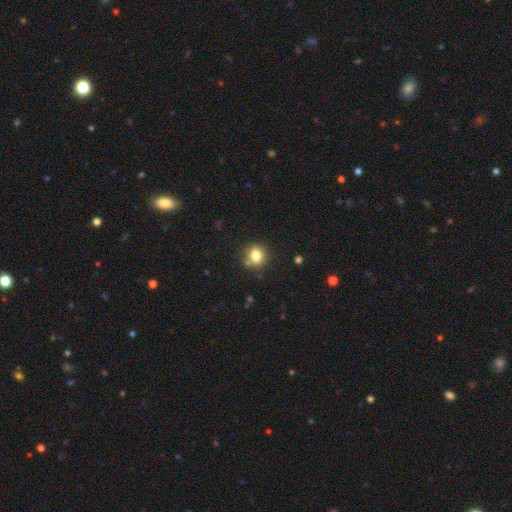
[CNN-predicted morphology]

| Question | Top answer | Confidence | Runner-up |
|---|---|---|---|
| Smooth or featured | smooth | 80% | star or artifact (12%) |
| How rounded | round | 80% | in between (19%) |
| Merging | none | 79% | minor disturbance (11%) |